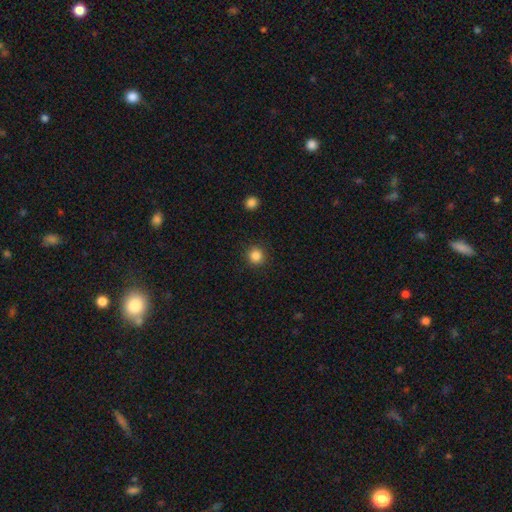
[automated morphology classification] Smooth or featured: smooth — 85% (star or artifact — 11%)
How rounded: round — 94% (in between — 5%)
Merging: none — 92% (minor disturbance — 5%)